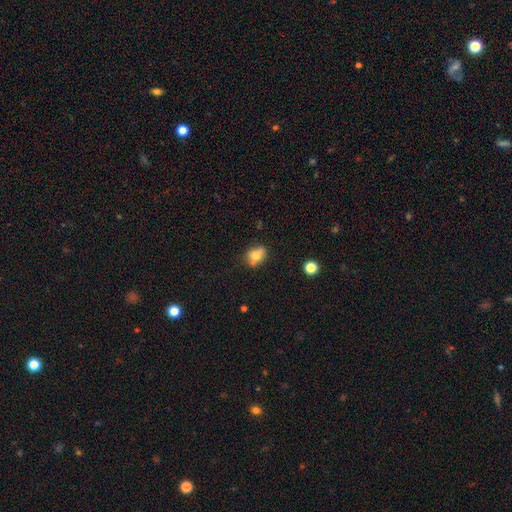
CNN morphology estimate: smooth 69%, featured or disk 20%, star or artifact 11%. Down the decision tree: how rounded — in between (57%); merging — none (56%).